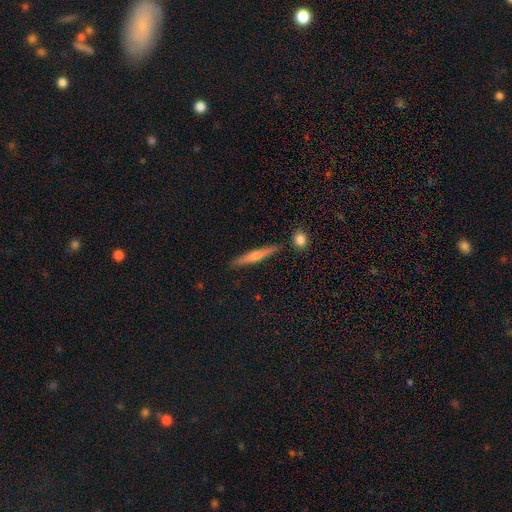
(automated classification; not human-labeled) Smooth or featured? featured or disk (56%)
Edge-on disk? yes (96%)
Edge-on bulge? rounded (72%)
Merging? none (87%)